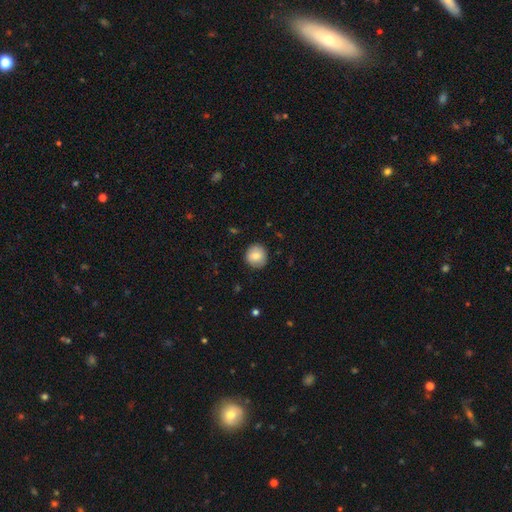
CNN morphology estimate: This appears to be a smooth galaxy with no disk features (79%) that is round (92%). Merging: none (87%).